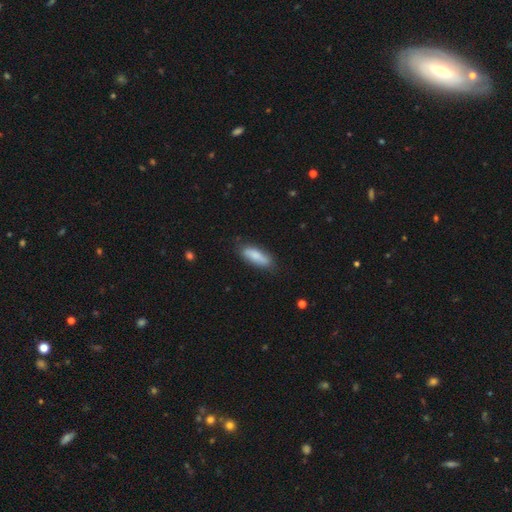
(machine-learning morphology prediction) Overall: smooth (82%). How rounded: in between (58%; cigar-shaped 40%). Merging: none (79%).